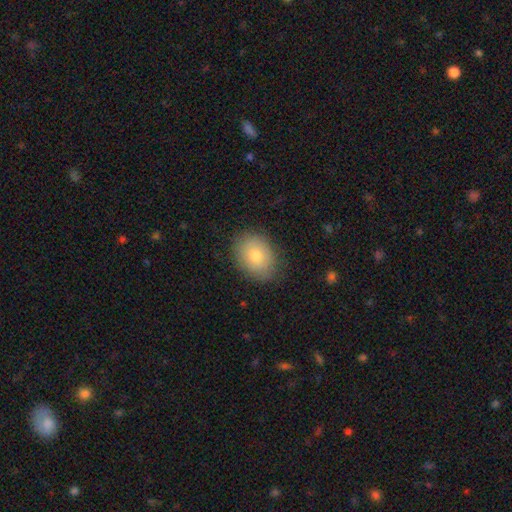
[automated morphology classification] This is likely a smooth galaxy (75%). How rounded: likely in between (62%). Merging: clearly none (83%).